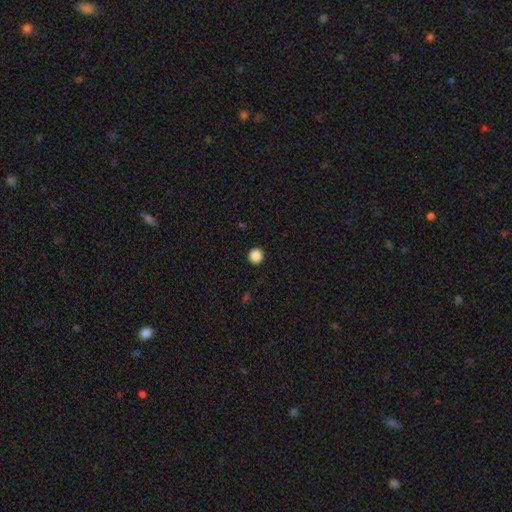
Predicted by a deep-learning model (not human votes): A smooth galaxy with no disk features (88%) that is round (95%).

Vote fractions:
- Smooth or featured? smooth: 88% / star or artifact: 10% / featured or disk: 2%
- How rounded? round: 95% / in between: 4% / cigar-shaped: 1%
- Merging? none: 94% / minor disturbance: 4% / major disturbance: 1% / merger: 1%